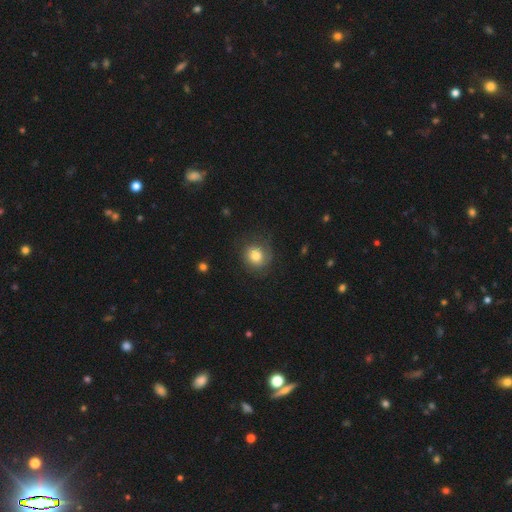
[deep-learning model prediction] Smooth or featured? smooth (74%)
How rounded? round (82%)
Merging? none (72%)